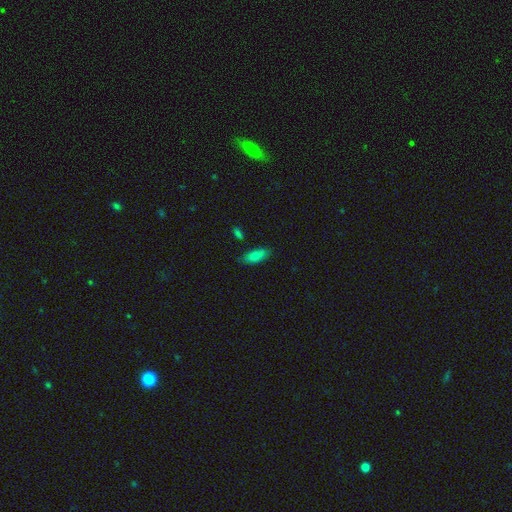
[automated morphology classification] Q: Smooth or featured?
A: smooth (83%); runner-up: featured or disk (9%)
Q: How rounded?
A: in between (78%); runner-up: cigar-shaped (20%)
Q: Merging?
A: none (82%); runner-up: minor disturbance (13%)